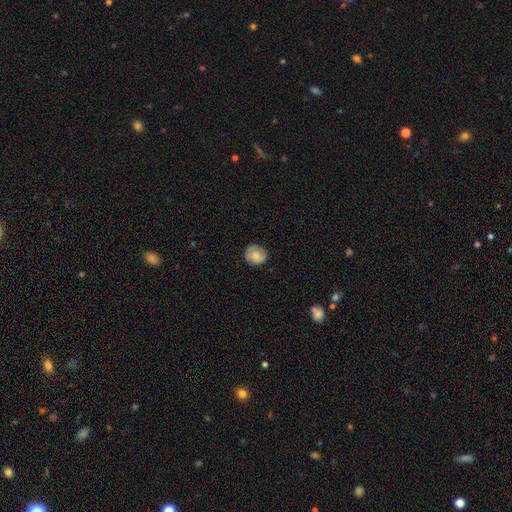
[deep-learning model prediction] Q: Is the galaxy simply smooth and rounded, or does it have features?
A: smooth — 76%.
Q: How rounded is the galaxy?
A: round — 84%.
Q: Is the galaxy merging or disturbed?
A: none — 82%.